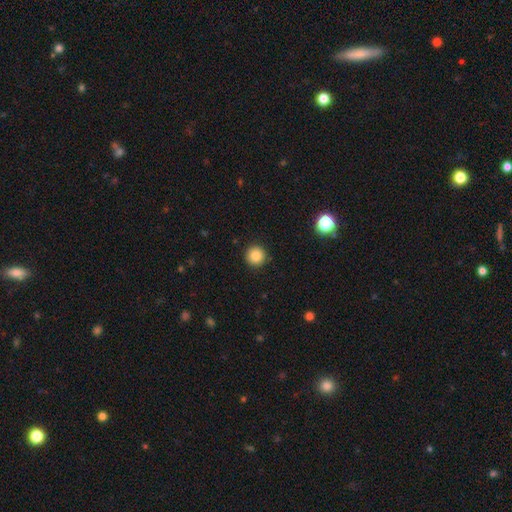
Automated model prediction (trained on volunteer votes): A smooth galaxy with no disk features (86%) that is round (95%).

Vote fractions:
- Smooth or featured? smooth: 86% / star or artifact: 10% / featured or disk: 4%
- How rounded? round: 95% / in between: 4% / cigar-shaped: 1%
- Merging? none: 92% / minor disturbance: 6% / major disturbance: 2% / merger: 1%